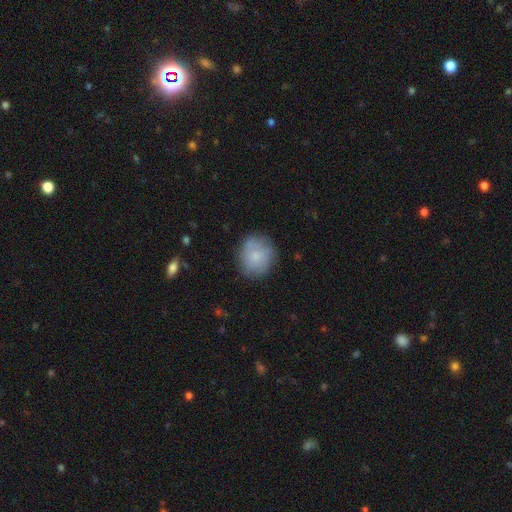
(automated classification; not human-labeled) This appears to be a smooth galaxy with no disk features (77%) that is round (84%). Merging: none (75%).